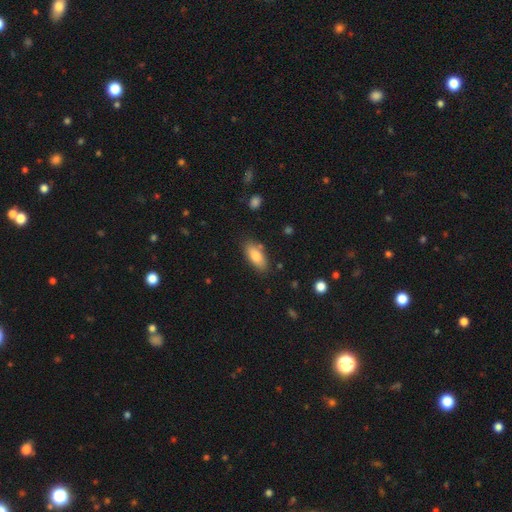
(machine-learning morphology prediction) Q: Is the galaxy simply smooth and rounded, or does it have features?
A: smooth — 84%.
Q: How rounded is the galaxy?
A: in between — 83%.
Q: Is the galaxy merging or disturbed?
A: none — 79%.